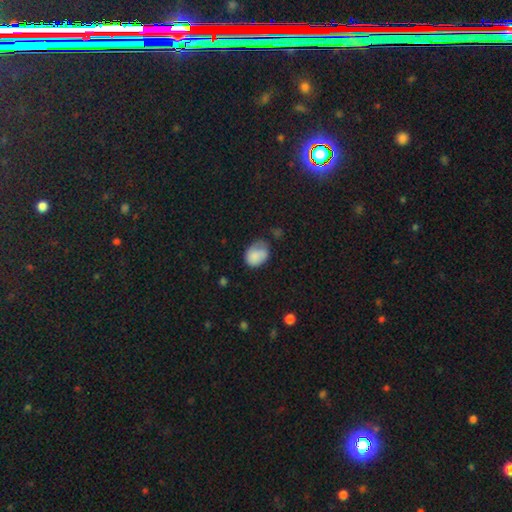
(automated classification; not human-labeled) smooth 80%, featured or disk 12%, star or artifact 8%. Down the decision tree: how rounded — in between (60%); merging — none (42%).